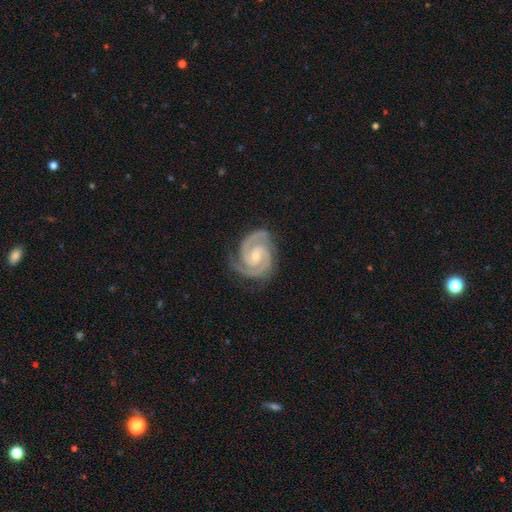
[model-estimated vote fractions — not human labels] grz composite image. It shows a featured or disk galaxy (94%) with no bar (51%), 2 (85%) tight (68%) spiral arms (99%) and a small central bulge (61%). Merging: none (81%).